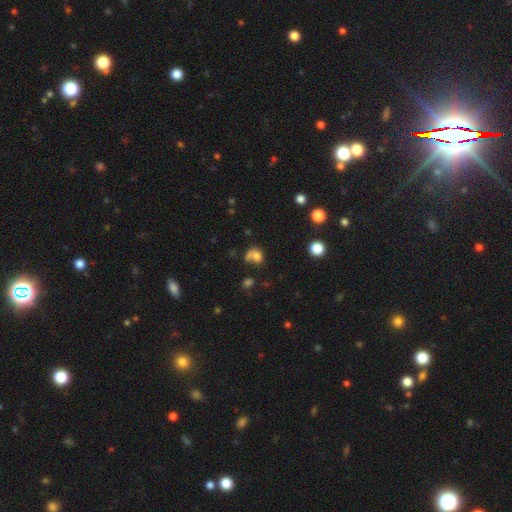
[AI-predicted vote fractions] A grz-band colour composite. It shows a smooth galaxy with no disk features (69%) that is round (54%). Merging: merger (37%).